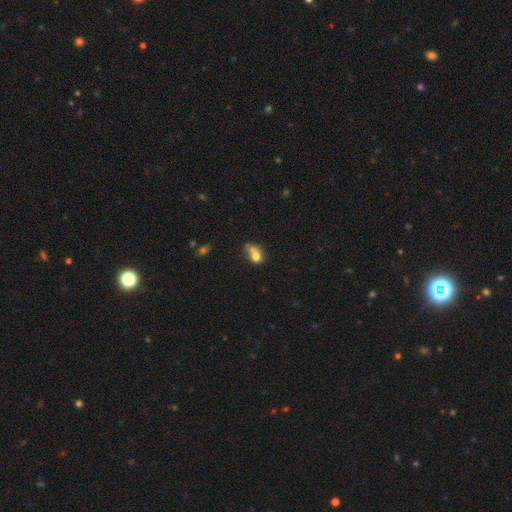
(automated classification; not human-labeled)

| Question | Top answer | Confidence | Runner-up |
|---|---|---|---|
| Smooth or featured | smooth | 70% | featured or disk (19%) |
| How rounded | in between | 50% | round (48%) |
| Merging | merger | 49% | none (27%) |